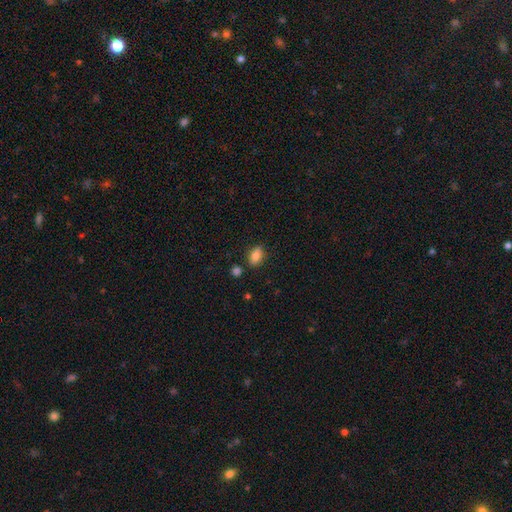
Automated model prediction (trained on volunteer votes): Smooth or featured: smooth — 85% (star or artifact — 9%)
How rounded: in between — 86% (round — 11%)
Merging: none — 80% (minor disturbance — 13%)